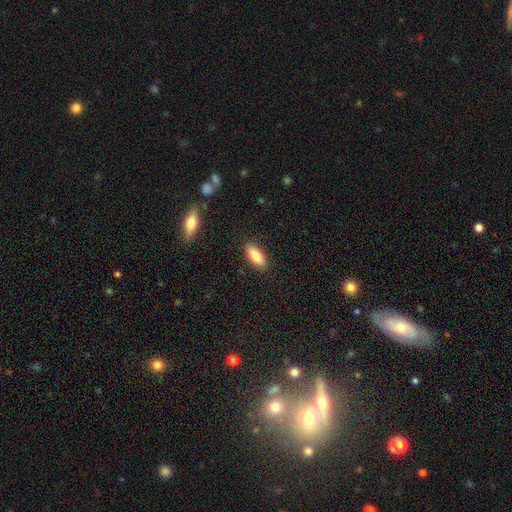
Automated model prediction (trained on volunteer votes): Smooth or featured? smooth (86%)
How rounded? in between (83%)
Merging? none (88%)